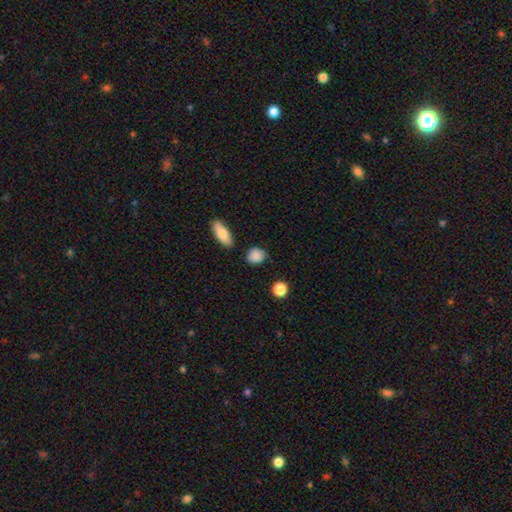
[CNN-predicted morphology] A smooth galaxy with no disk features (87%) that is round (67%). Merging: none (78%).